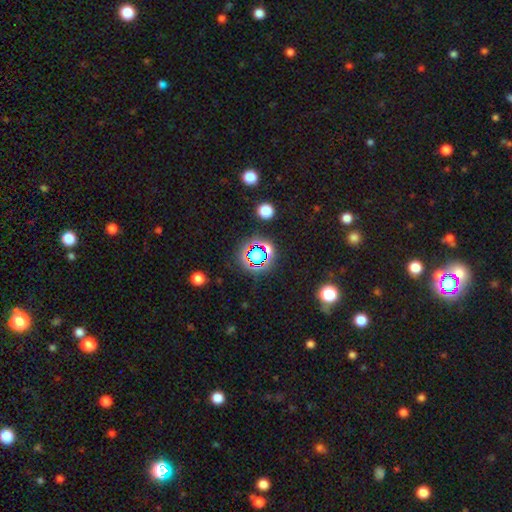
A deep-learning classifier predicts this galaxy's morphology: Smooth or featured: star or artifact — 62% (smooth — 26%)